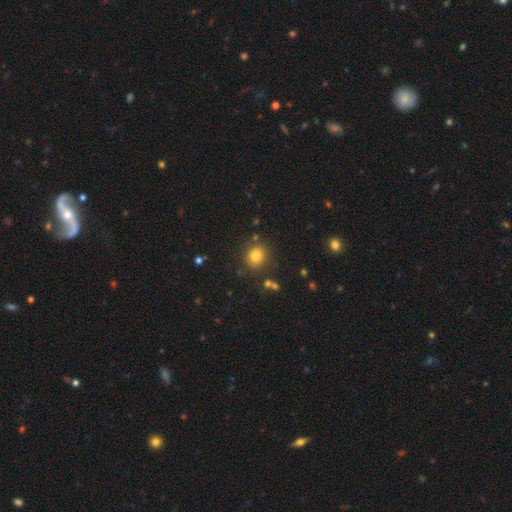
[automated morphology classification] smooth-or-featured: smooth: 80% | star or artifact: 13% | featured or disk: 7%
  how-rounded: round: 81% | in between: 18% | cigar-shaped: 1%
  merging: none: 84% | minor disturbance: 9% | merger: 4% | major disturbance: 3%